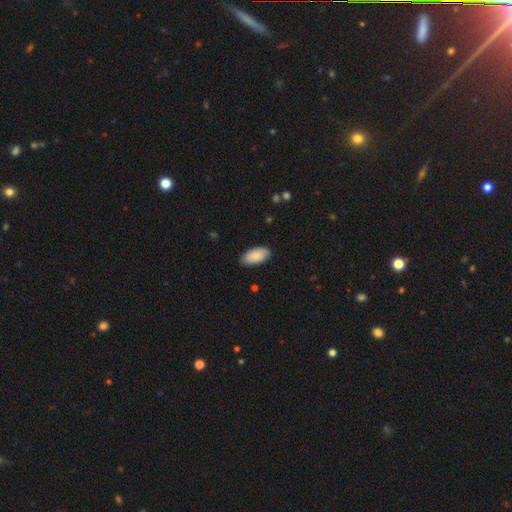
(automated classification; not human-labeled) A smooth galaxy with no disk features (89%) that is in between round and cigar-shaped (95%).

Vote fractions:
- Smooth or featured? smooth: 89% / star or artifact: 6% / featured or disk: 5%
- How rounded? in between: 95% / cigar-shaped: 3% / round: 2%
- Merging? none: 85% / minor disturbance: 12% / major disturbance: 2% / merger: 1%